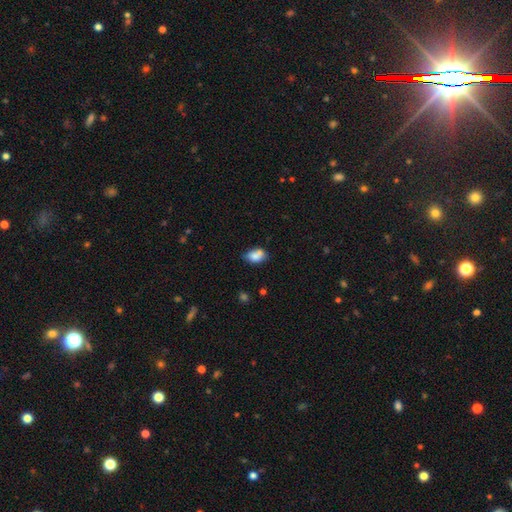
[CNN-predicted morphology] The model was most divided on "merging": none: 43%, merger: 28%, minor disturbance: 22%, major disturbance: 6%. More confident: how rounded — in between (81%); smooth or featured — smooth (76%).